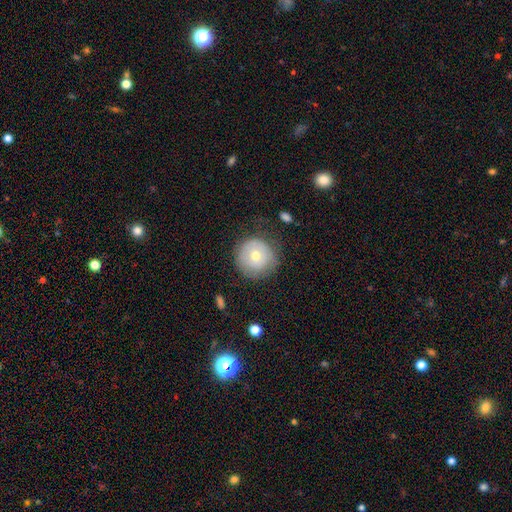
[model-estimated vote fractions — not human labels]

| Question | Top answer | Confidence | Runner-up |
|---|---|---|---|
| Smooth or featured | smooth | 58% | featured or disk (34%) |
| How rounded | round | 93% | in between (6%) |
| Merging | none | 73% | minor disturbance (19%) |